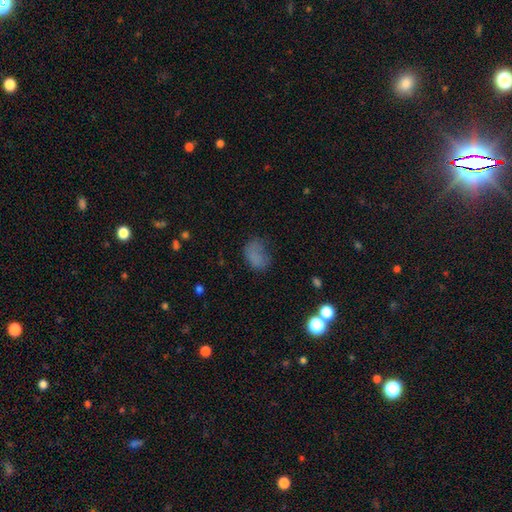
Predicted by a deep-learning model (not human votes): The model was most divided on "merging": none: 48%, minor disturbance: 26%, major disturbance: 22%, merger: 4%. More confident: how rounded — in between (74%); smooth or featured — smooth (72%).